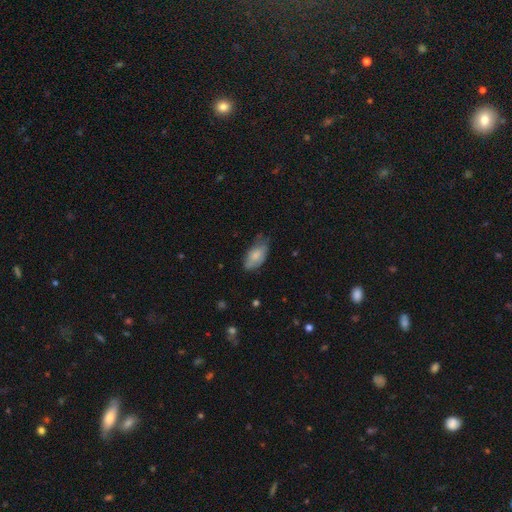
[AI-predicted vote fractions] Smooth or featured? smooth (75%)
How rounded? in between (93%)
Merging? none (56%)